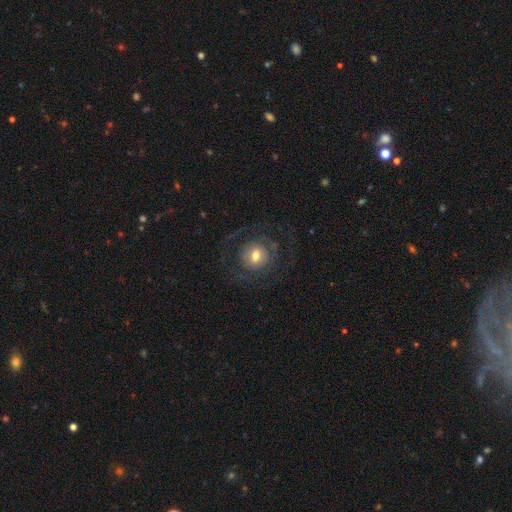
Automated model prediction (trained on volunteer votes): smooth_or_featured: featured or disk (p=0.51) [alt: smooth p=0.40]
disk_edge_on: no (p=0.96) [alt: yes p=0.04]
merging: none (p=0.69) [alt: major disturbance p=0.17]